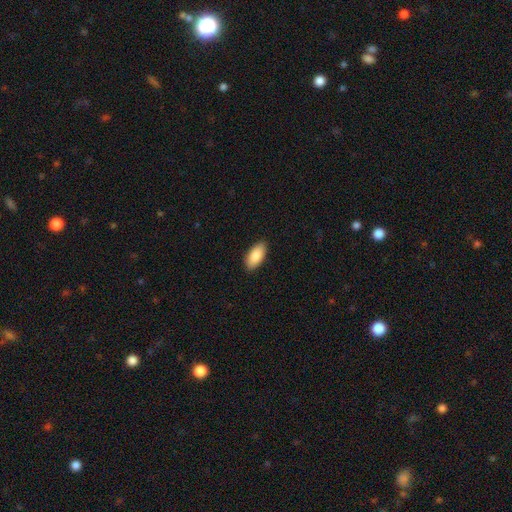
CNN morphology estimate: Overall: smooth (88%). How rounded: in between (92%). Merging: none (89%).